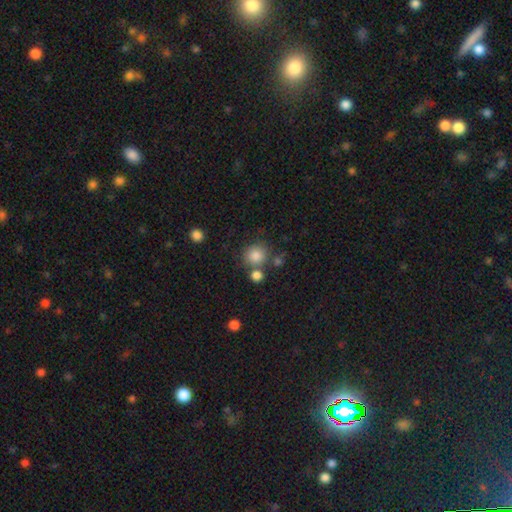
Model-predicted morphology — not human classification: Smooth or featured? Predicted: smooth (p=0.83). How rounded? Predicted: round (p=0.87). Merging? Predicted: none (p=0.67).